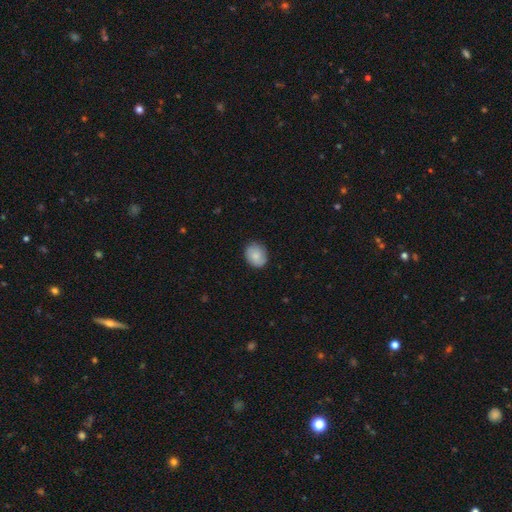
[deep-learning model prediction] smooth 77%, featured or disk 16%, star or artifact 7%. Down the decision tree: how rounded — in between (52%); merging — none (84%).